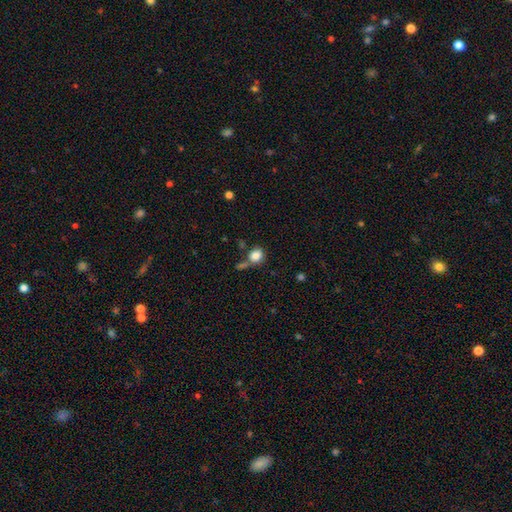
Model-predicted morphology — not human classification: A smooth galaxy with no disk features (83%) that is round (75%). Merging: none (55%).